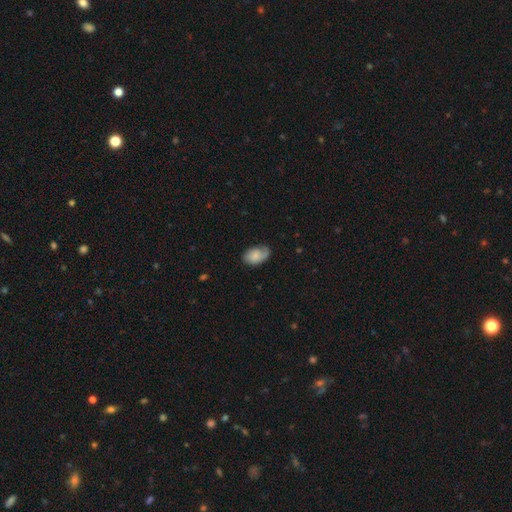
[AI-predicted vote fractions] Q: Smooth or featured?
A: smooth (67%); runner-up: featured or disk (26%)
Q: How rounded?
A: in between (89%); runner-up: round (10%)
Q: Merging?
A: none (57%); runner-up: minor disturbance (30%)